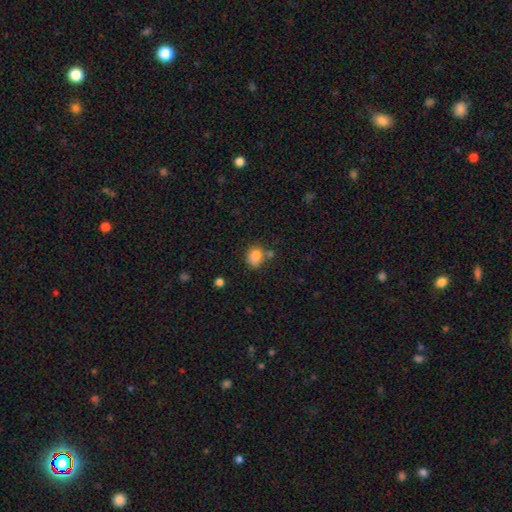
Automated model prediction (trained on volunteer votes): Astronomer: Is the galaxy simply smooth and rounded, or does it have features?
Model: smooth — 85%.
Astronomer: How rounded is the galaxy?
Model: in between — 52% (runner-up: round, 47%).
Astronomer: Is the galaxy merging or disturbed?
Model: none — 59%.